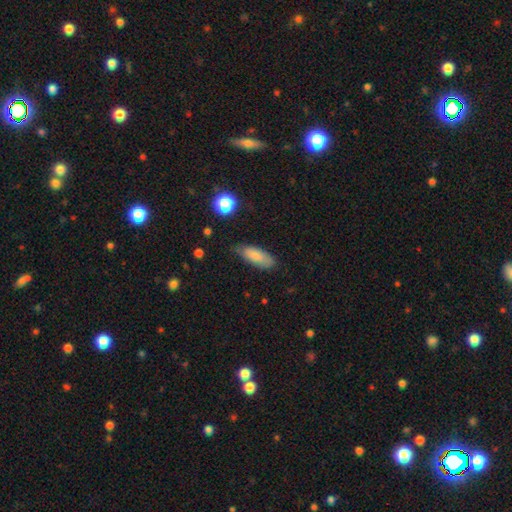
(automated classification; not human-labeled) Smooth or featured?
  - smooth: 82% *
  - featured or disk: 11%
  - star or artifact: 7%
How rounded?
  - in between: 73% *
  - cigar-shaped: 25%
  - round: 2%
Merging?
  - none: 71% *
  - minor disturbance: 23%
  - major disturbance: 4%
  - merger: 2%